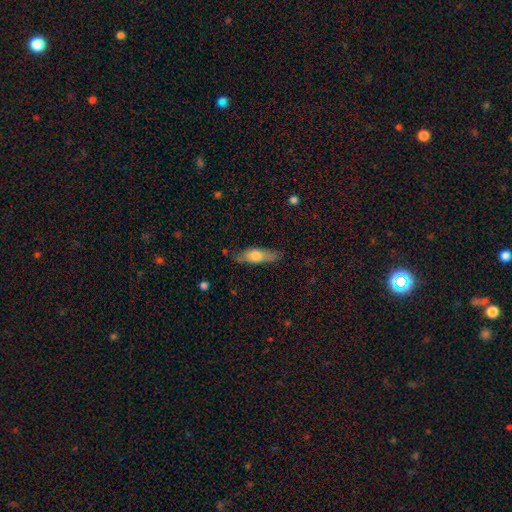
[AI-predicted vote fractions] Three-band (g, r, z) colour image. It shows a smooth galaxy with no disk features (65%) that is in between round and cigar-shaped (53%). Merging: none (71%).